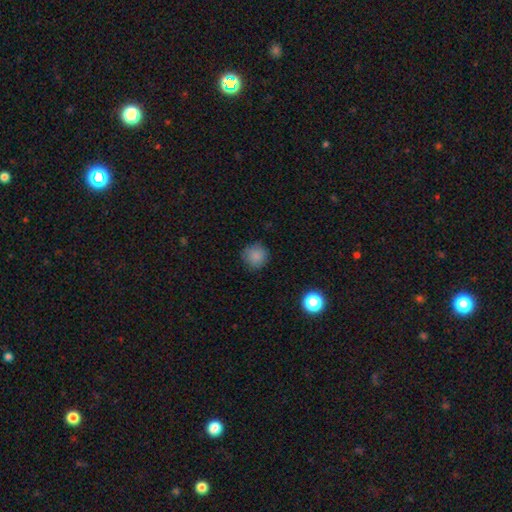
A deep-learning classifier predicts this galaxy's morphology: Smooth or featured?
  - smooth: 85% *
  - star or artifact: 11%
  - featured or disk: 5%
How rounded?
  - round: 93% *
  - in between: 6%
  - cigar-shaped: 1%
Merging?
  - none: 86% *
  - minor disturbance: 10%
  - major disturbance: 3%
  - merger: 1%